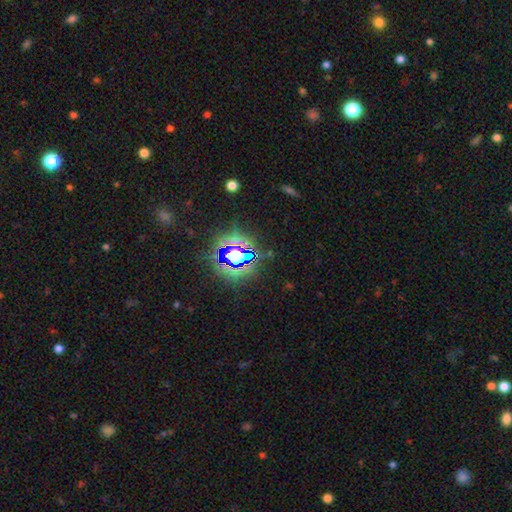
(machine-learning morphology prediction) Smooth or featured? Predicted: star or artifact (p=0.76).